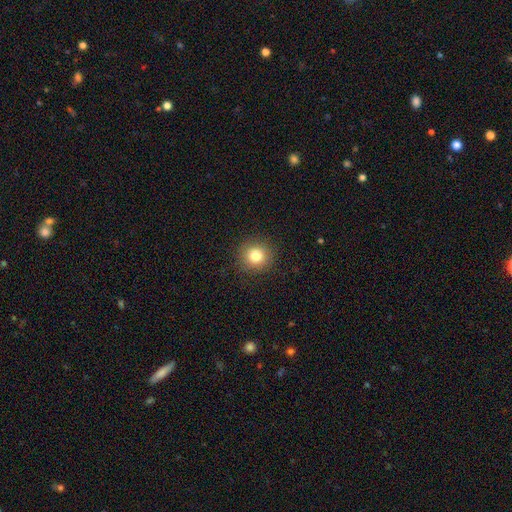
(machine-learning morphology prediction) A smooth galaxy with no disk features (81%) that is round (93%).

Vote fractions:
- Smooth or featured? smooth: 81% / star or artifact: 12% / featured or disk: 8%
- How rounded? round: 93% / in between: 7% / cigar-shaped: 1%
- Merging? none: 90% / minor disturbance: 6% / major disturbance: 2% / merger: 1%